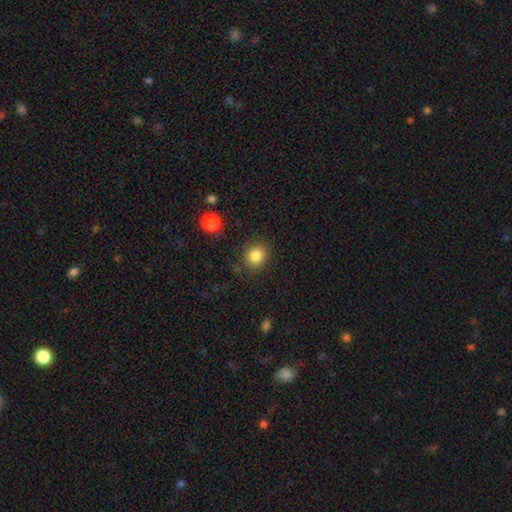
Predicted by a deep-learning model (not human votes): Morphology: type=smooth (85%); roundness=round (78%); merging=none (85%).